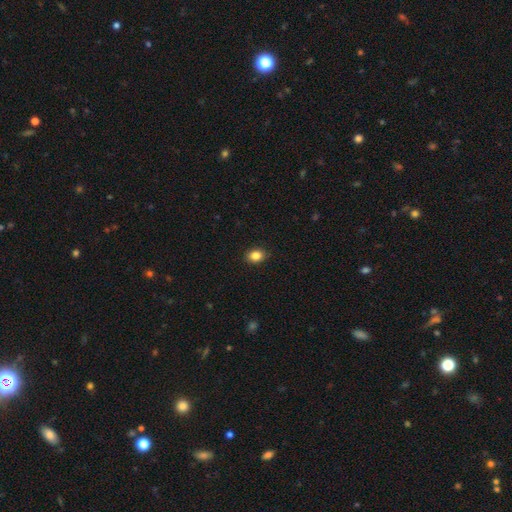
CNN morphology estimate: A smooth galaxy with no disk features (85%) that is in between round and cigar-shaped (59%).

Vote fractions:
- Smooth or featured? smooth: 85% / star or artifact: 10% / featured or disk: 5%
- How rounded? in between: 59% / round: 40% / cigar-shaped: 1%
- Merging? none: 89% / minor disturbance: 8% / major disturbance: 2% / merger: 1%